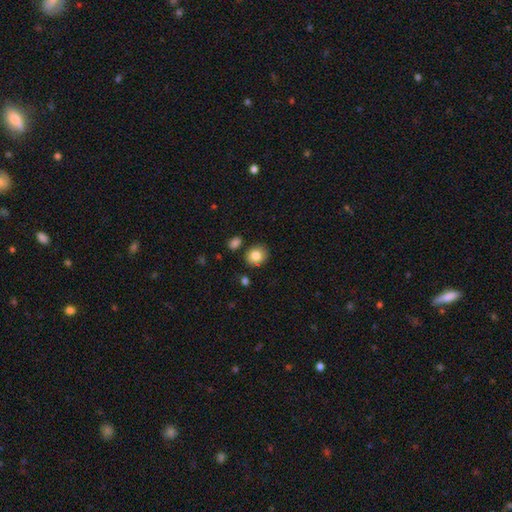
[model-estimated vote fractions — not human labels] This is clearly a smooth galaxy (82%). How rounded: likely round (68%). Merging: clearly none (81%).